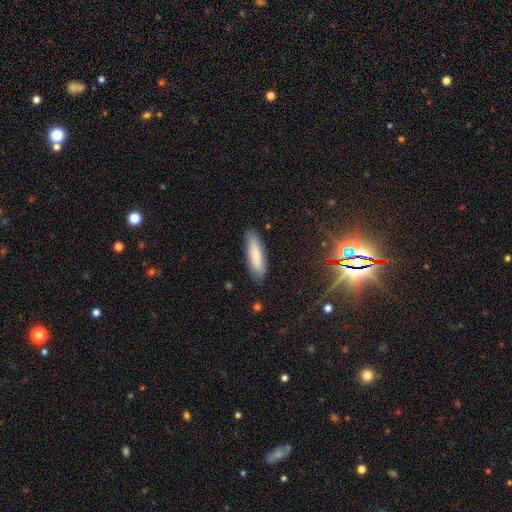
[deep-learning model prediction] Q: Smooth or featured?
A: smooth (78%); runner-up: featured or disk (15%)
Q: How rounded?
A: cigar-shaped (63%); runner-up: in between (35%)
Q: Merging?
A: none (85%); runner-up: minor disturbance (11%)